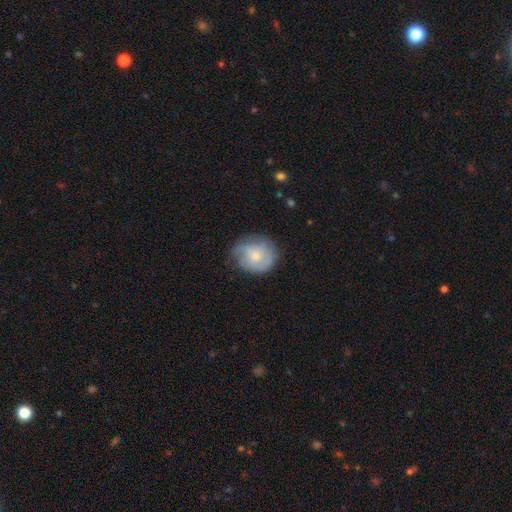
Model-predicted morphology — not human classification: Smooth or featured: smooth — 53% (featured or disk — 40%)
How rounded: round — 75% (in between — 24%)
Merging: none — 64% (minor disturbance — 26%)